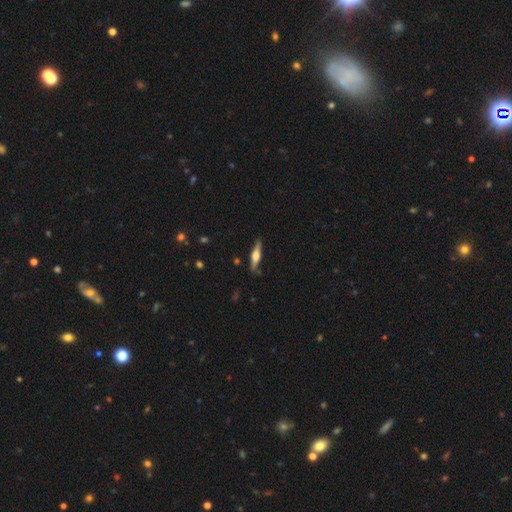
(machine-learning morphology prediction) type=featured or disk (64%); edge-on=yes (96%); edge-on bulge=rounded (83%); merging=none (84%).